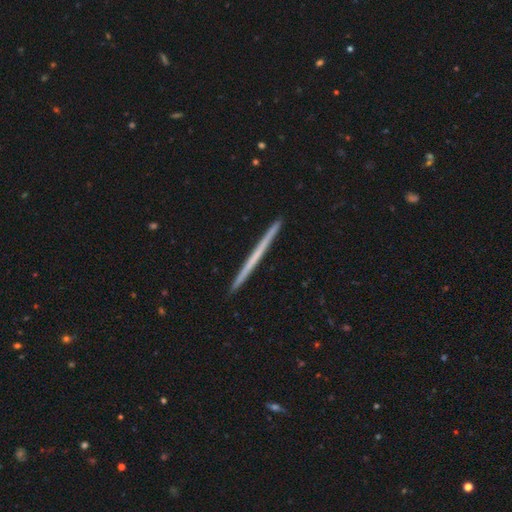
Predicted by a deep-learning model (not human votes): Smooth or featured? featured or disk (55%)
Edge-on disk? yes (98%)
Edge-on bulge? none (93%)
Merging? none (93%)